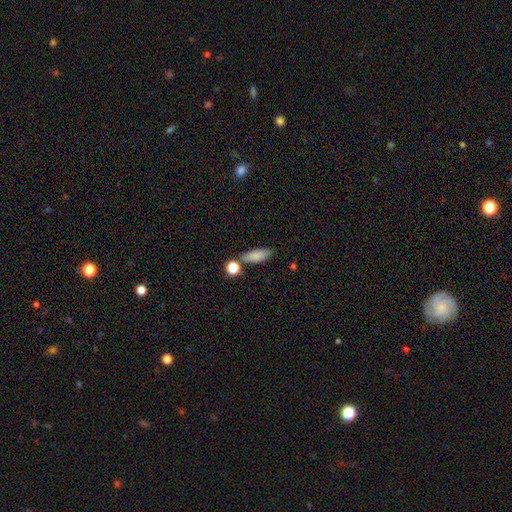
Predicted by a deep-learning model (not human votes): Smooth or featured? Predicted: smooth (p=0.85). How rounded? Predicted: in between (p=0.70). Merging? Predicted: none (p=0.70).